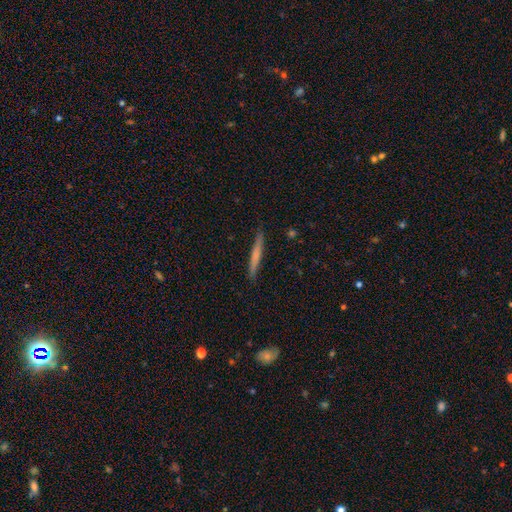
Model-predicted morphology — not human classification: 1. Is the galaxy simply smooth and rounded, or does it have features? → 59% smooth, 35% featured or disk, 6% star or artifact.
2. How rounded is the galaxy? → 96% cigar-shaped, 2% in between, 1% round.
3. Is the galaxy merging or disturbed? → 90% none, 7% minor disturbance, 1% major disturbance, 1% merger.